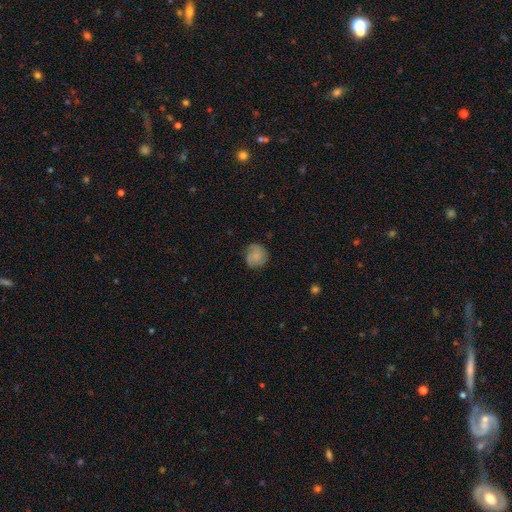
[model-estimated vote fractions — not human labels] Smooth or featured?
  - smooth: 56% *
  - featured or disk: 35%
  - star or artifact: 9%
How rounded?
  - round: 85% *
  - in between: 14%
  - cigar-shaped: 1%
Merging?
  - none: 73% *
  - minor disturbance: 19%
  - major disturbance: 7%
  - merger: 1%